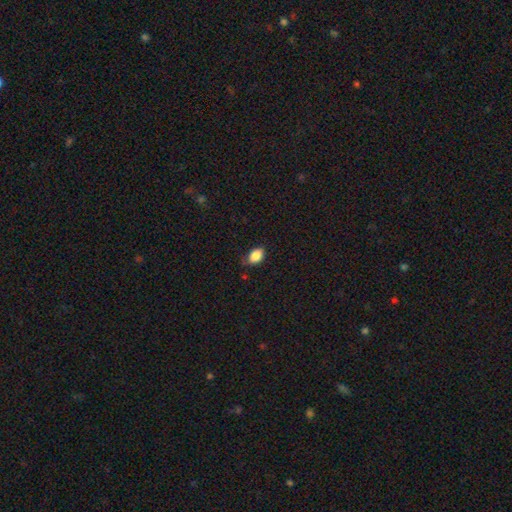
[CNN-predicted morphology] Smooth or featured? Predicted: smooth (p=0.87). How rounded? Predicted: in between (p=0.86). Merging? Predicted: none (p=0.68).